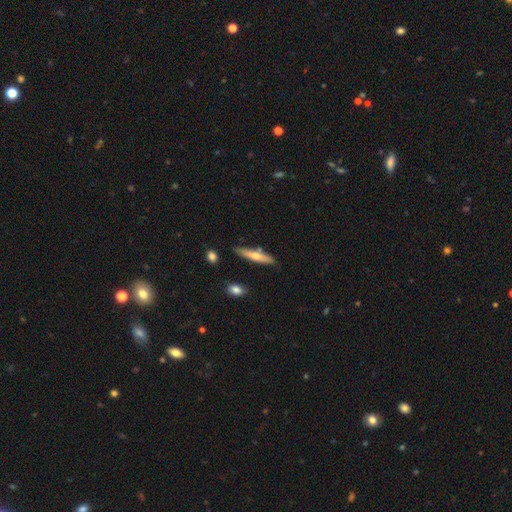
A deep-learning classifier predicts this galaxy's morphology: A smooth galaxy with no disk features (55%) that is cigar-shaped (85%).

Vote fractions:
- Smooth or featured? smooth: 55% / featured or disk: 39% / star or artifact: 6%
- How rounded? cigar-shaped: 85% / in between: 13% / round: 2%
- Merging? none: 80% / minor disturbance: 13% / merger: 5% / major disturbance: 2%